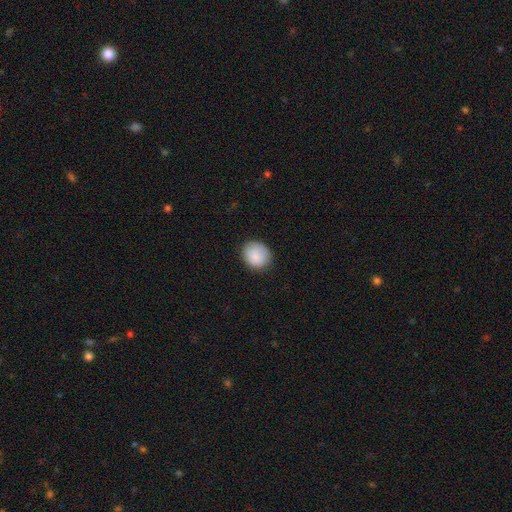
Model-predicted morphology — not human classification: Smooth or featured?
  - smooth: 87% *
  - star or artifact: 7%
  - featured or disk: 6%
How rounded?
  - round: 72% *
  - in between: 27%
  - cigar-shaped: 1%
Merging?
  - none: 84% *
  - minor disturbance: 12%
  - major disturbance: 3%
  - merger: 1%